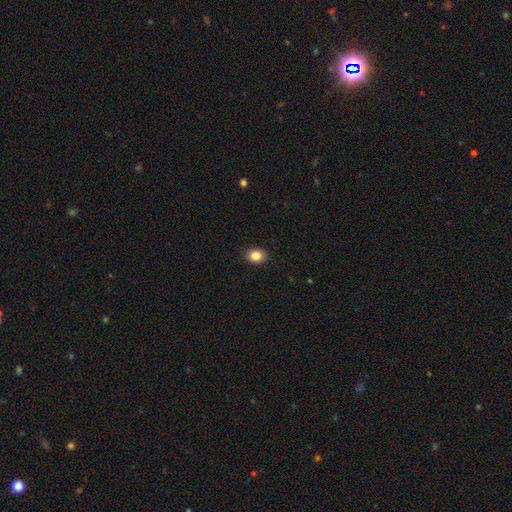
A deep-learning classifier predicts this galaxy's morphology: smooth_or_featured: smooth (p=0.85) [alt: star or artifact p=0.10]
how_rounded: round (p=0.52) [alt: in between p=0.47]
merging: none (p=0.91) [alt: minor disturbance p=0.06]